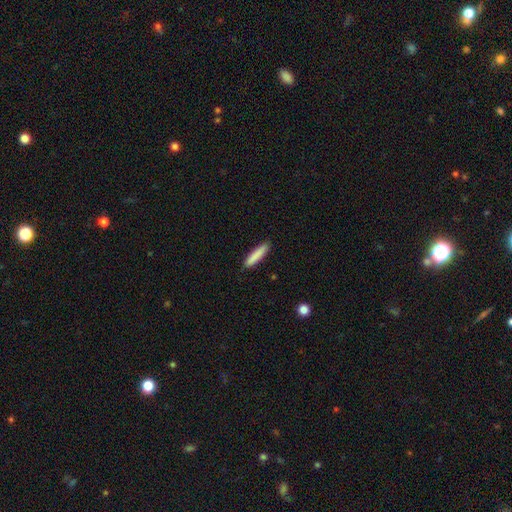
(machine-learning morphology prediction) smooth_or_featured: smooth (p=0.86) [alt: featured or disk p=0.08]
how_rounded: cigar-shaped (p=0.87) [alt: in between p=0.12]
merging: none (p=0.89) [alt: minor disturbance p=0.08]